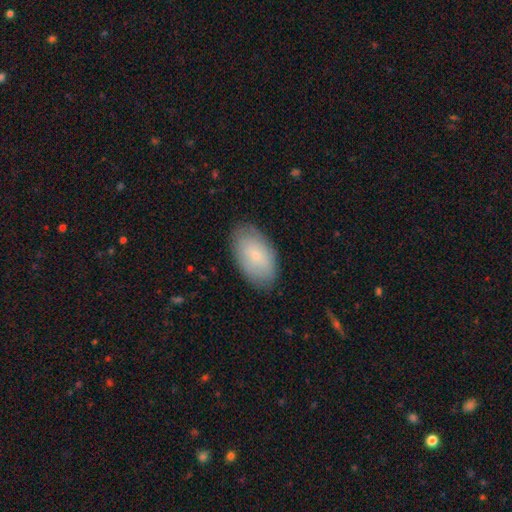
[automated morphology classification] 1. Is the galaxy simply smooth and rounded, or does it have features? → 66% smooth, 27% featured or disk, 7% star or artifact.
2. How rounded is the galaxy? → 93% in between, 5% round, 2% cigar-shaped.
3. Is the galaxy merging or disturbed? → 83% none, 13% minor disturbance, 3% major disturbance, 1% merger.